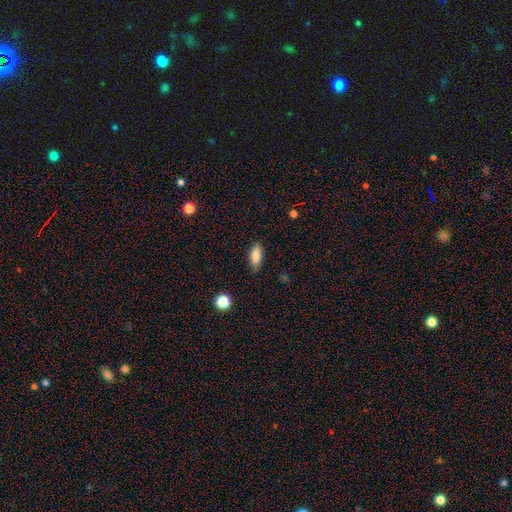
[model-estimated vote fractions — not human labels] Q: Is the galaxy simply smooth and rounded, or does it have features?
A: smooth — 86%.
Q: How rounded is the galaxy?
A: in between — 81%.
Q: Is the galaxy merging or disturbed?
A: none — 82%.